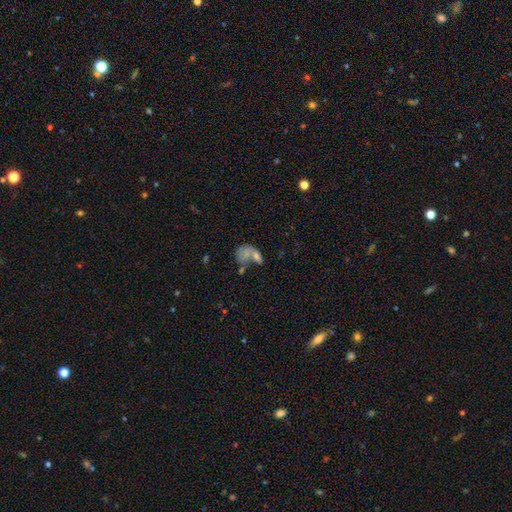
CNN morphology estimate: smooth-or-featured: smooth: 60% | featured or disk: 25% | star or artifact: 15%
  how-rounded: in between: 73% | round: 23% | cigar-shaped: 5%
  merging: merger: 52% | none: 22% | major disturbance: 15% | minor disturbance: 10%